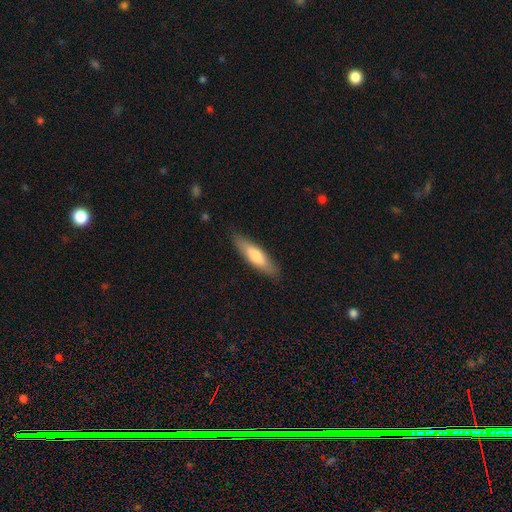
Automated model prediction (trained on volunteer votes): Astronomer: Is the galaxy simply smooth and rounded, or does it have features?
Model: smooth — 70%.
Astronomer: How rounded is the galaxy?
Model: cigar-shaped — 67%.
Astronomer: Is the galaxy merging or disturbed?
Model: none — 87%.